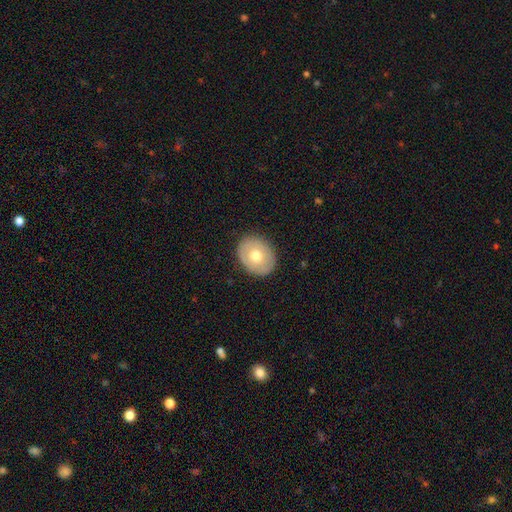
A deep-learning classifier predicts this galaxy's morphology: This is likely a smooth galaxy (63%). How rounded: possibly in between (53%). Merging: clearly none (87%).